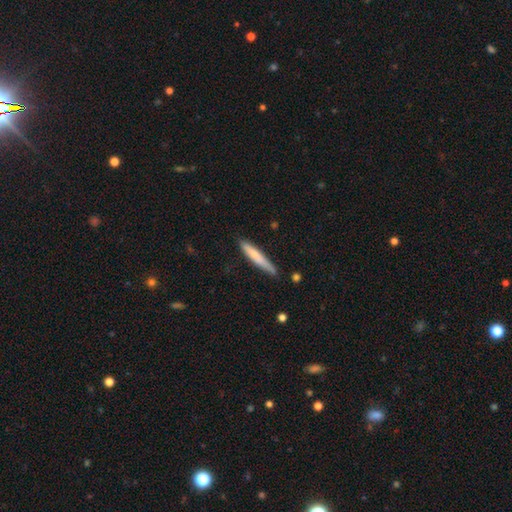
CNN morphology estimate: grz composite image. It shows a smooth galaxy with no disk features (70%) that is cigar-shaped (94%). Merging: none (78%).